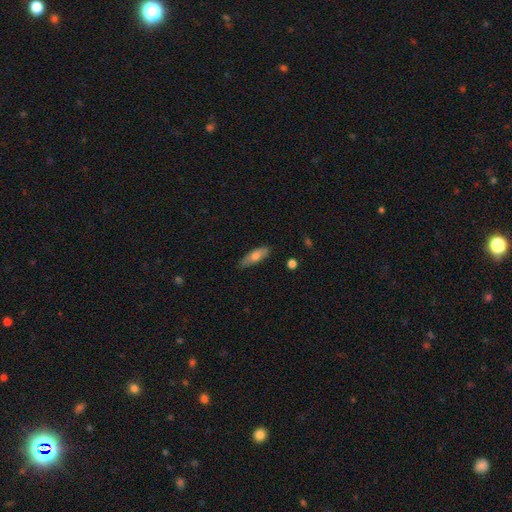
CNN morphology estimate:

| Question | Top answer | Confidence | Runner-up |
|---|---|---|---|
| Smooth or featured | smooth | 69% | featured or disk (24%) |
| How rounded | in between | 58% | cigar-shaped (40%) |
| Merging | none | 78% | minor disturbance (18%) |